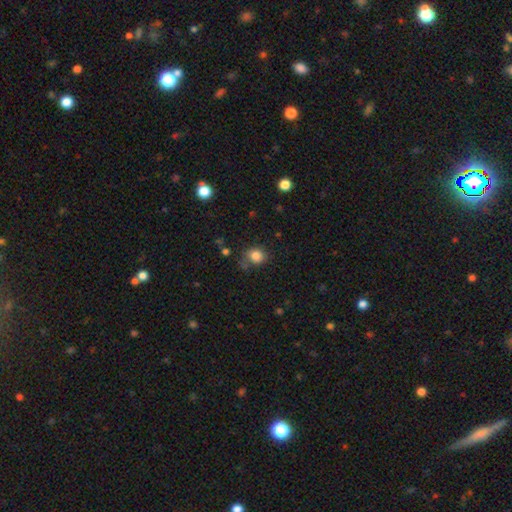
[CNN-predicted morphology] A smooth galaxy with no disk features (83%) that is round (72%).

Vote fractions:
- Smooth or featured? smooth: 83% / star or artifact: 11% / featured or disk: 6%
- How rounded? round: 72% / in between: 28% / cigar-shaped: 1%
- Merging? none: 68% / minor disturbance: 19% / merger: 7% / major disturbance: 7%